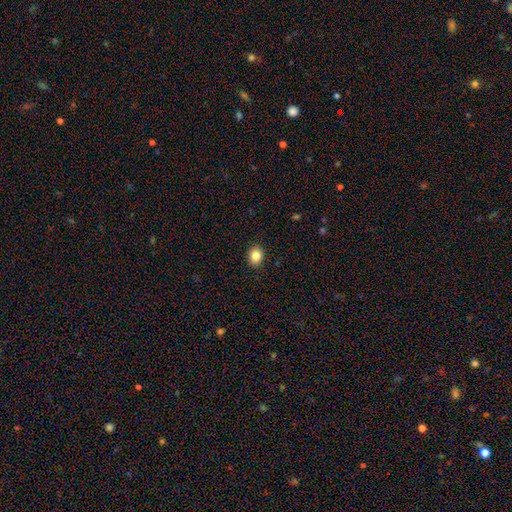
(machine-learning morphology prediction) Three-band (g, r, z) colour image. It shows a smooth galaxy with no disk features (85%) that is in between round and cigar-shaped (51%). Merging: none (91%).